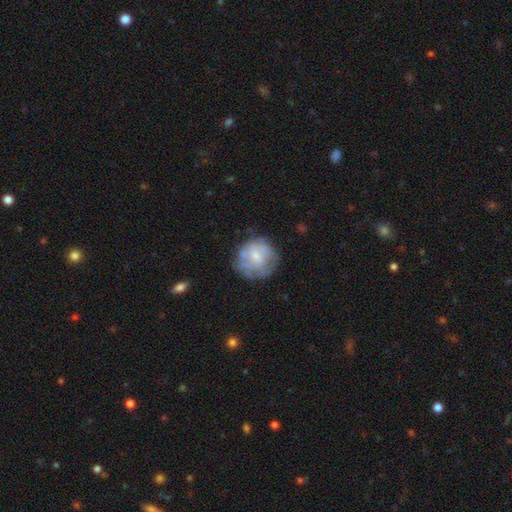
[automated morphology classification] Smooth or featured: smooth — 49% (featured or disk — 43%)
Merging: none — 64% (minor disturbance — 21%)